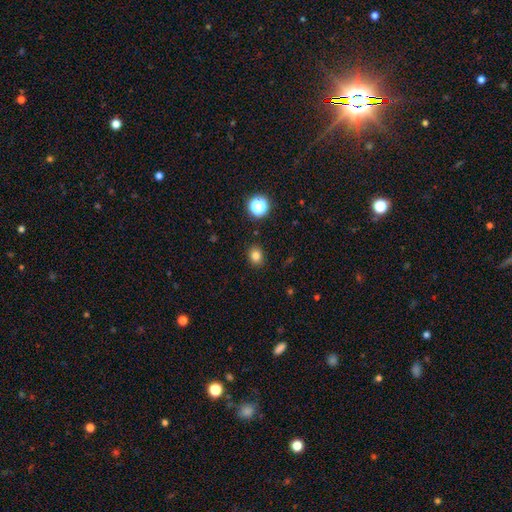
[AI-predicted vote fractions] Smooth or featured: smooth — 80% (star or artifact — 14%)
How rounded: round — 63% (in between — 36%)
Merging: none — 88% (minor disturbance — 8%)